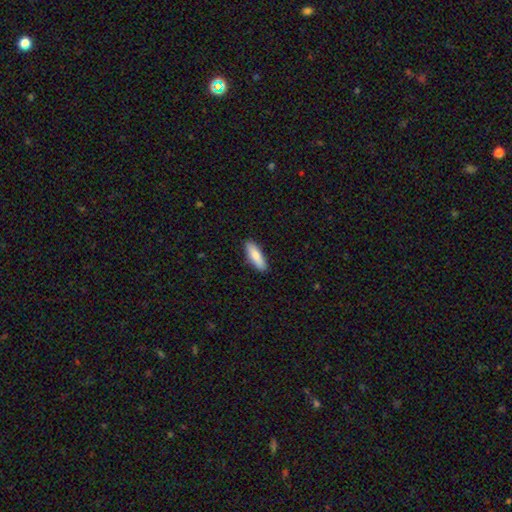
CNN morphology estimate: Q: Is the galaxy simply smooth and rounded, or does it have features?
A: smooth — 82%.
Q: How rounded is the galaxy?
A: in between — 52%.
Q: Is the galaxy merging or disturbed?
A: none — 89%.